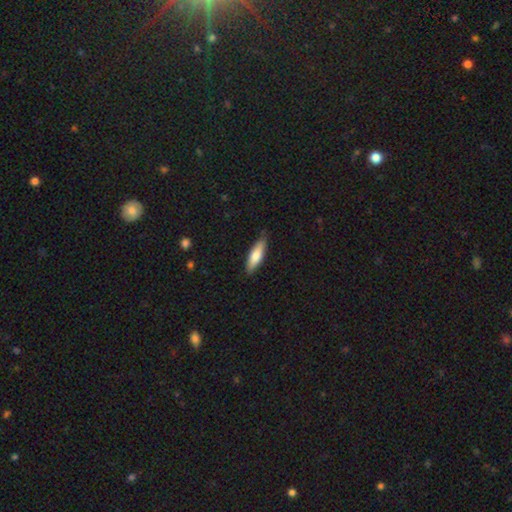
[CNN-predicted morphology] This is likely a smooth galaxy (73%). How rounded: possibly cigar-shaped (59%). Merging: clearly none (84%).